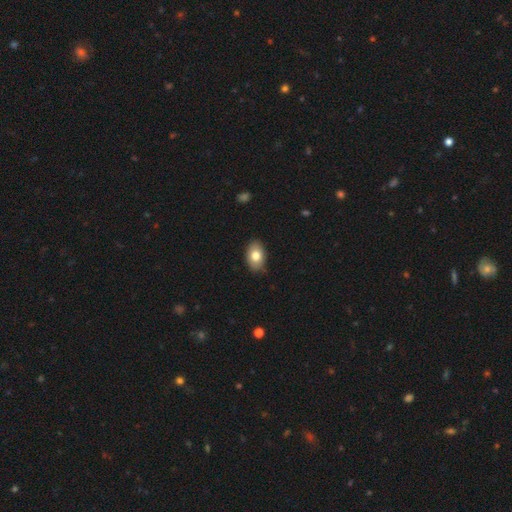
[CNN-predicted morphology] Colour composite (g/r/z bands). It shows a smooth galaxy with no disk features (79%) that is in between round and cigar-shaped (88%). Merging: none (86%).